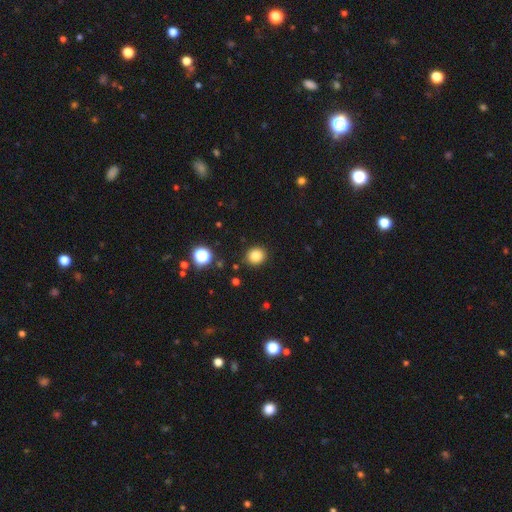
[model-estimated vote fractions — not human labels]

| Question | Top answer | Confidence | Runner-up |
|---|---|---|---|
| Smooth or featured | smooth | 82% | star or artifact (12%) |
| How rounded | round | 82% | in between (17%) |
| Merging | none | 90% | minor disturbance (6%) |